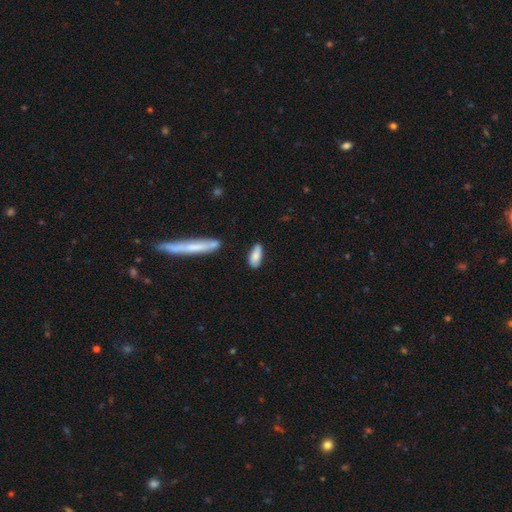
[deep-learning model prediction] A smooth galaxy with no disk features (81%) that is in between round and cigar-shaped (71%). Merging: none (77%).